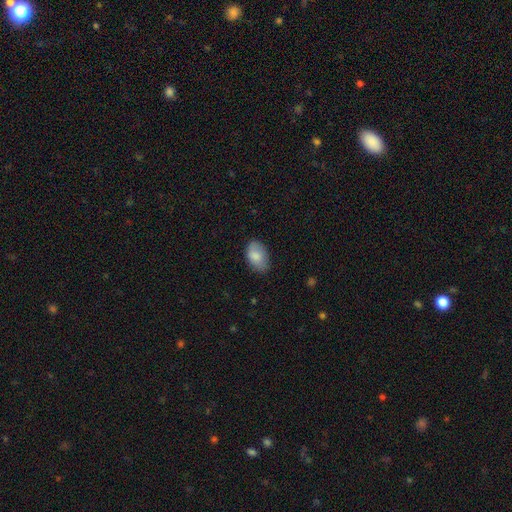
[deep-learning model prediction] smooth_or_featured: smooth (p=0.85) [alt: featured or disk p=0.09]
how_rounded: in between (p=0.91) [alt: round p=0.08]
merging: none (p=0.74) [alt: minor disturbance p=0.21]